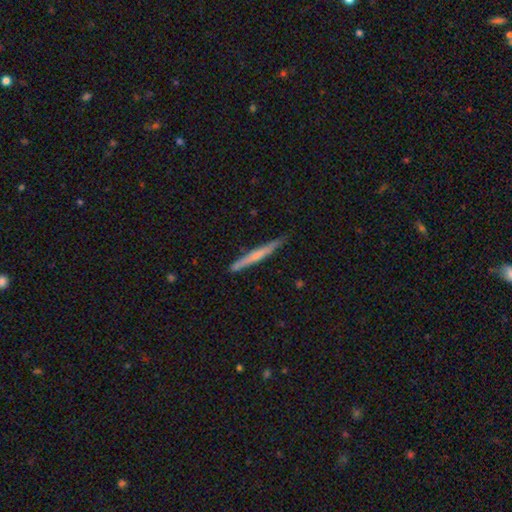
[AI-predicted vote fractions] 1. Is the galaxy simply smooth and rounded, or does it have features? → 47% featured or disk (tied), 47% smooth (tied), 6% star or artifact.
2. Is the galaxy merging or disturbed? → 84% none, 12% minor disturbance, 2% major disturbance, 2% merger.